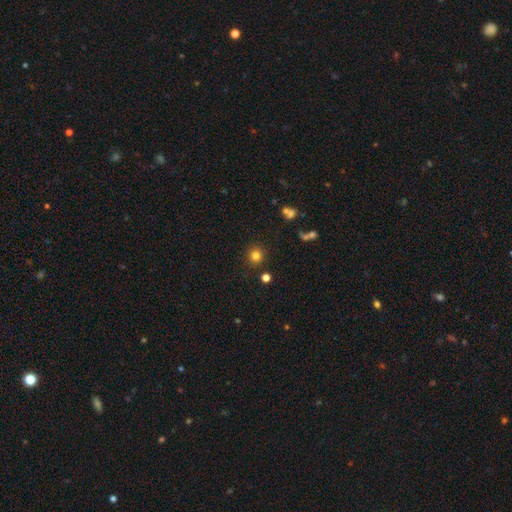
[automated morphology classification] A smooth galaxy with no disk features (80%) that is round (91%).

Vote fractions:
- Smooth or featured? smooth: 80% / star or artifact: 14% / featured or disk: 6%
- How rounded? round: 91% / in between: 8% / cigar-shaped: 1%
- Merging? none: 89% / minor disturbance: 6% / merger: 3% / major disturbance: 2%